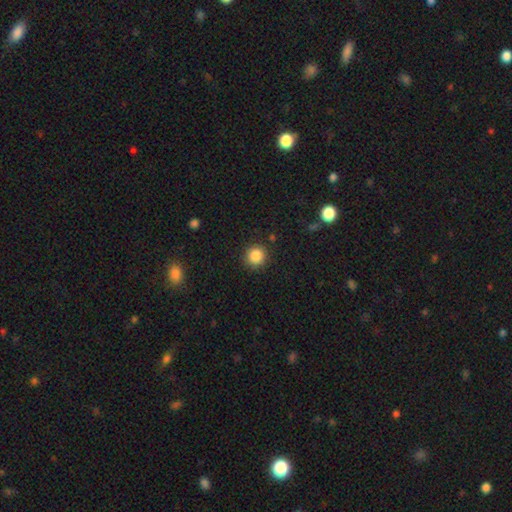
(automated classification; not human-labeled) Smooth or featured: smooth — 86% (star or artifact — 10%)
How rounded: round — 92% (in between — 7%)
Merging: none — 90% (minor disturbance — 7%)